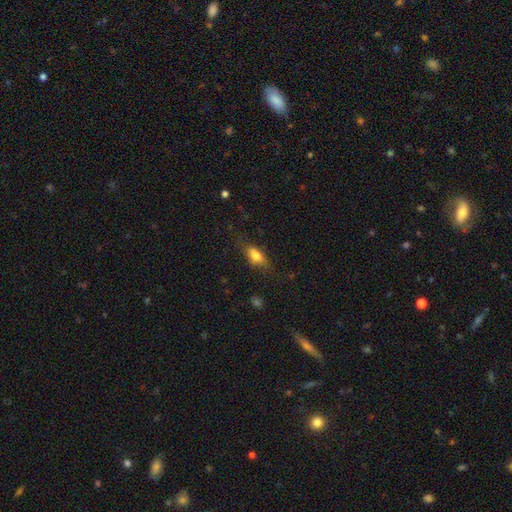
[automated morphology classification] Smooth or featured?
  - smooth: 75% *
  - featured or disk: 17%
  - star or artifact: 8%
How rounded?
  - in between: 79% *
  - cigar-shaped: 16%
  - round: 5%
Merging?
  - none: 71% *
  - minor disturbance: 20%
  - major disturbance: 7%
  - merger: 2%